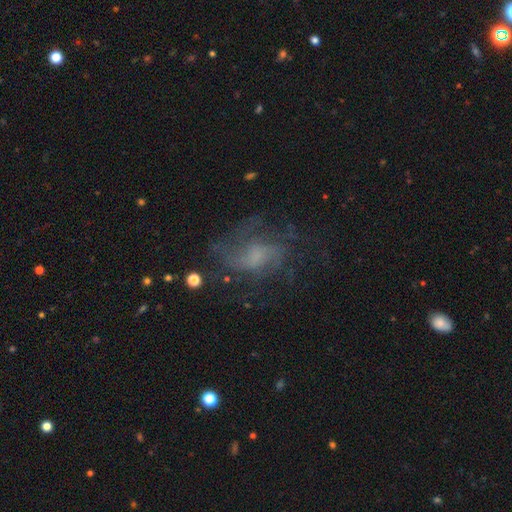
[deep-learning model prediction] featured or disk 63%, smooth 22%, star or artifact 15%. Down the decision tree: edge-on disk — no (97%); bar — no (64%); spiral arms — yes (77%); bulge size — none (39%); merging — none (56%).